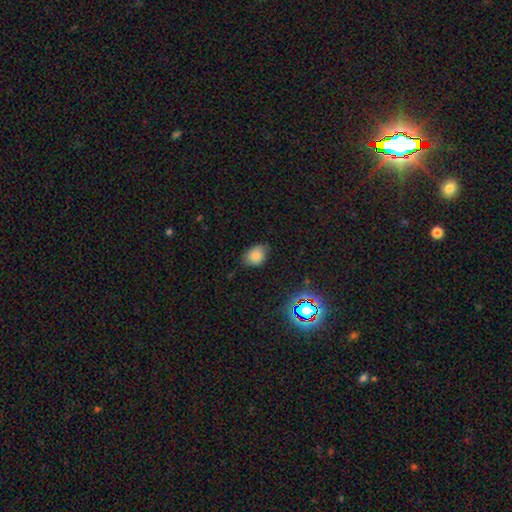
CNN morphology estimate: smooth-or-featured: smooth: 79% | star or artifact: 14% | featured or disk: 8%
  how-rounded: in between: 68% | round: 30% | cigar-shaped: 1%
  merging: none: 70% | minor disturbance: 25% | major disturbance: 4% | merger: 1%